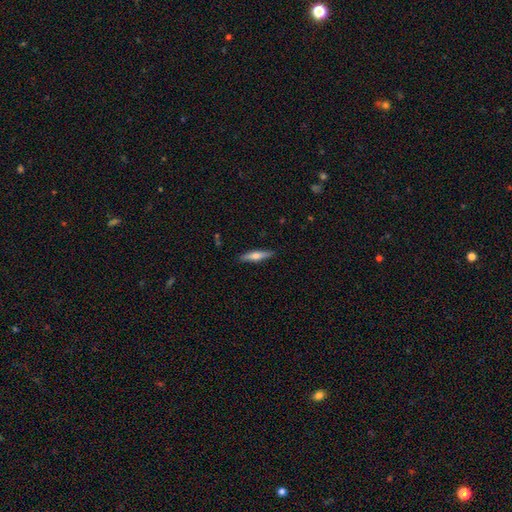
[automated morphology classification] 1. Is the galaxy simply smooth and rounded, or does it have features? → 55% smooth, 39% featured or disk, 6% star or artifact.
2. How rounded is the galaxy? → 80% cigar-shaped, 18% in between, 2% round.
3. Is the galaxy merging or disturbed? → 89% none, 8% minor disturbance, 2% major disturbance, 1% merger.